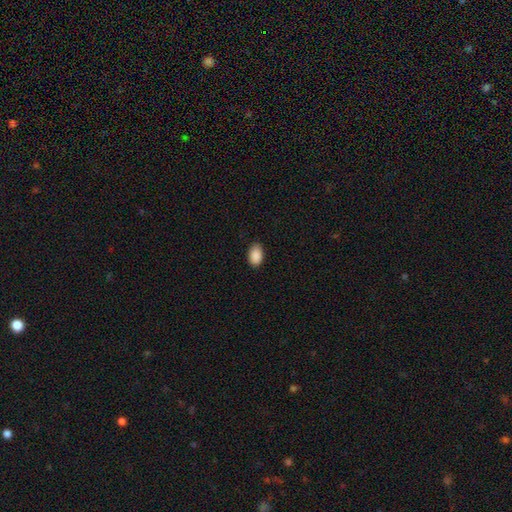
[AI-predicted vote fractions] Smooth or featured: smooth — 90% (star or artifact — 7%)
How rounded: in between — 91% (round — 8%)
Merging: none — 85% (minor disturbance — 12%)